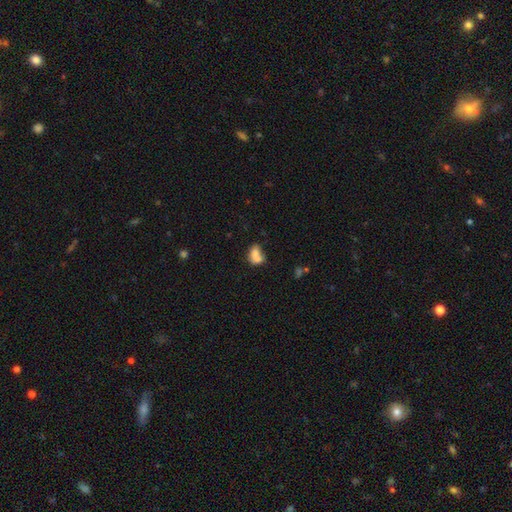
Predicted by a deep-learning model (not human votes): smooth-or-featured: smooth: 73% | featured or disk: 17% | star or artifact: 10%
  how-rounded: in between: 69% | round: 29% | cigar-shaped: 2%
  merging: merger: 59% | none: 23% | minor disturbance: 11% | major disturbance: 7%